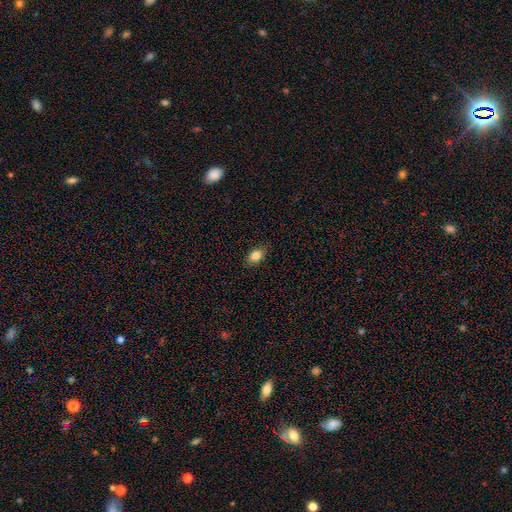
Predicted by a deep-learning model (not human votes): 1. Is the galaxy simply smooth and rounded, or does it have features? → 84% smooth, 8% star or artifact, 7% featured or disk.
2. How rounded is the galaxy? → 85% in between, 13% round, 2% cigar-shaped.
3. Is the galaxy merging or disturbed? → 85% none, 11% minor disturbance, 2% major disturbance, 1% merger.